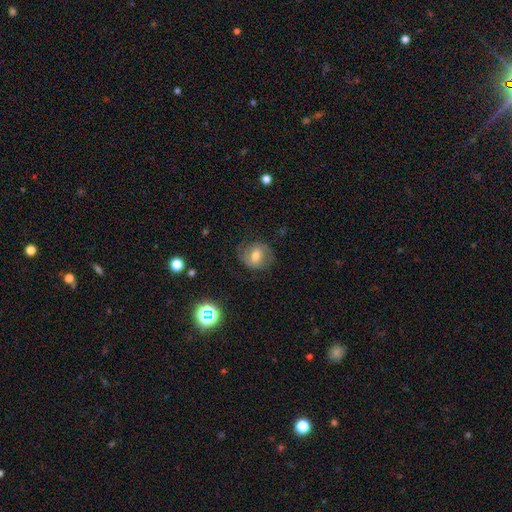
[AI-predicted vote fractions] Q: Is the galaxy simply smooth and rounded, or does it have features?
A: featured or disk — 48%.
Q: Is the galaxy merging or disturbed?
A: none — 72%.